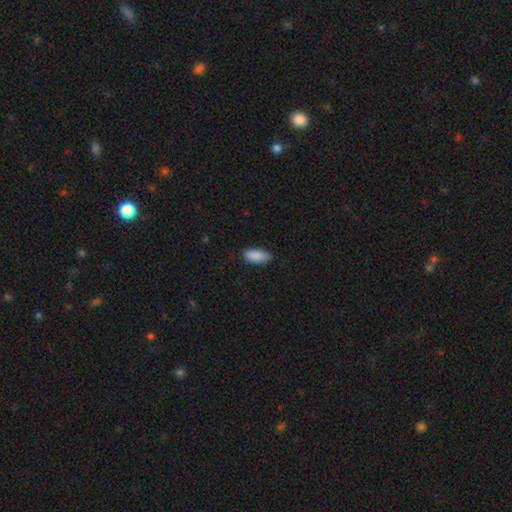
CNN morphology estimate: Smooth or featured? smooth (90%)
How rounded? in between (84%)
Merging? none (81%)